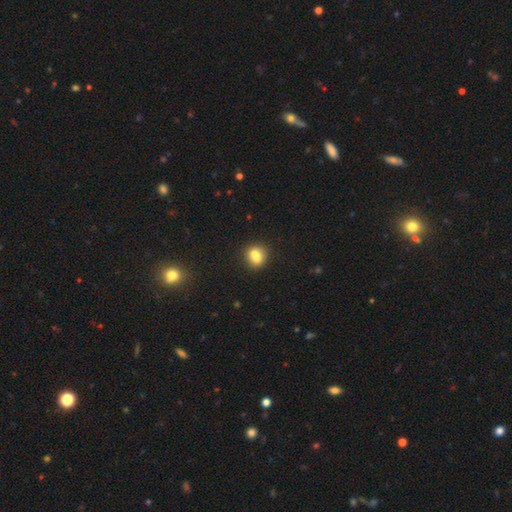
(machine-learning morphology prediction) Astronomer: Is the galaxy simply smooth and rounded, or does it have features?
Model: smooth — 78%.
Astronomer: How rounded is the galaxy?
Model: round — 57% (runner-up: in between, 41%).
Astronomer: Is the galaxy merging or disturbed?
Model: none — 64%.